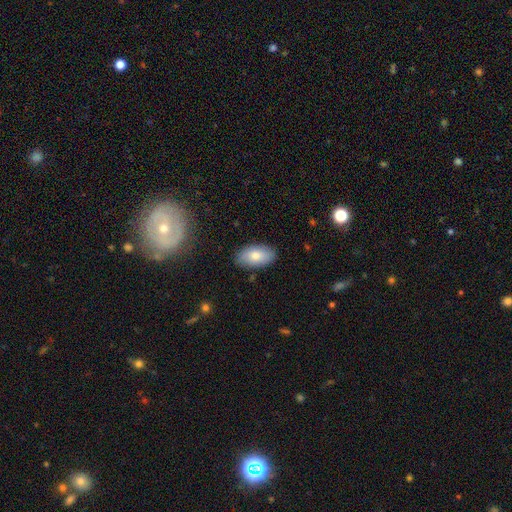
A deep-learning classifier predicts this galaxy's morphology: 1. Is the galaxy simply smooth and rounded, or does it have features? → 79% smooth, 15% featured or disk, 6% star or artifact.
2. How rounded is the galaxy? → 94% in between, 3% round, 2% cigar-shaped.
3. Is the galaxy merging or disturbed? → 86% none, 11% minor disturbance, 2% major disturbance, 1% merger.